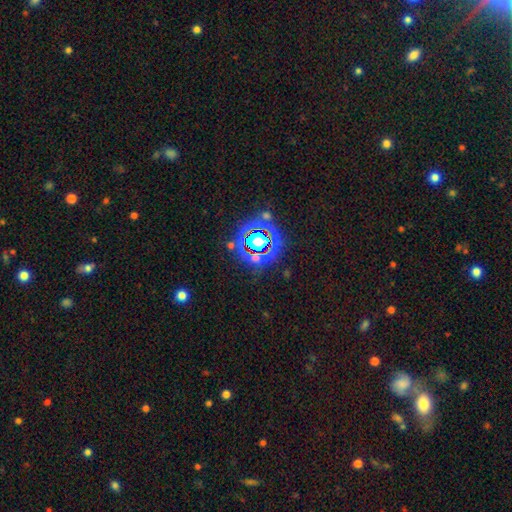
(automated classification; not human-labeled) Overall: star or artifact (76%).